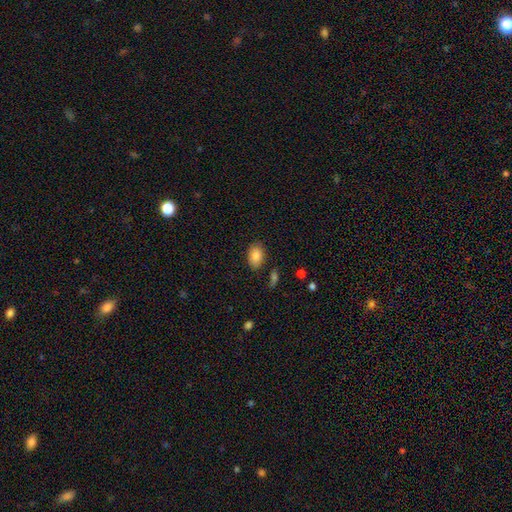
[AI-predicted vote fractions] A smooth galaxy with no disk features (85%) that is in between round and cigar-shaped (87%). Merging: none (79%).